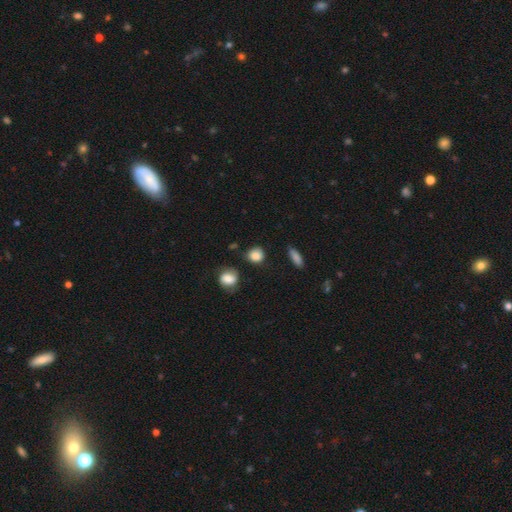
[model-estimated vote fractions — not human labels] smooth_or_featured: smooth (p=0.84) [alt: star or artifact p=0.10]
how_rounded: round (p=0.78) [alt: in between p=0.20]
merging: none (p=0.74) [alt: minor disturbance p=0.17]